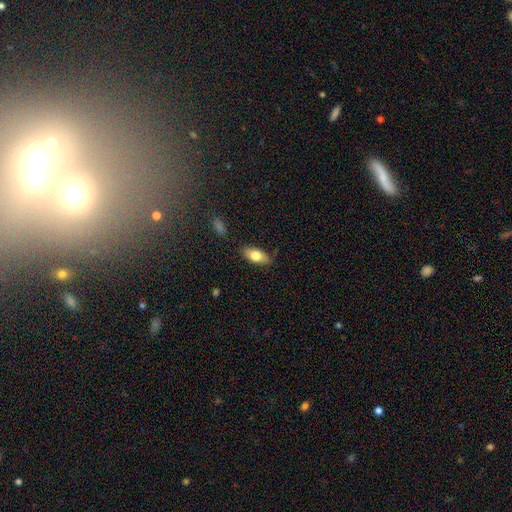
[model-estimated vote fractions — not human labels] smooth_or_featured: smooth (p=0.76) [alt: featured or disk p=0.17]
how_rounded: in between (p=0.88) [alt: cigar-shaped p=0.09]
merging: none (p=0.81) [alt: minor disturbance p=0.14]